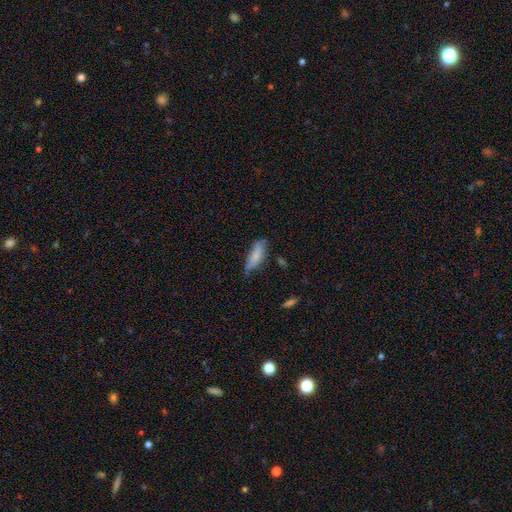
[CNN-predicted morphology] smooth-or-featured: smooth: 76% | featured or disk: 17% | star or artifact: 7%
  how-rounded: in between: 60% | cigar-shaped: 38% | round: 2%
  merging: none: 51% | minor disturbance: 36% | major disturbance: 9% | merger: 4%